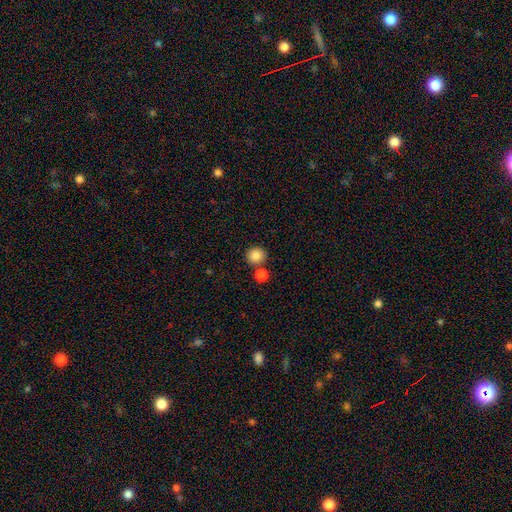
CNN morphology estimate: Smooth or featured?
  - smooth: 85% *
  - star or artifact: 10%
  - featured or disk: 5%
How rounded?
  - round: 89% *
  - in between: 10%
  - cigar-shaped: 1%
Merging?
  - none: 76% *
  - merger: 15%
  - minor disturbance: 7%
  - major disturbance: 2%